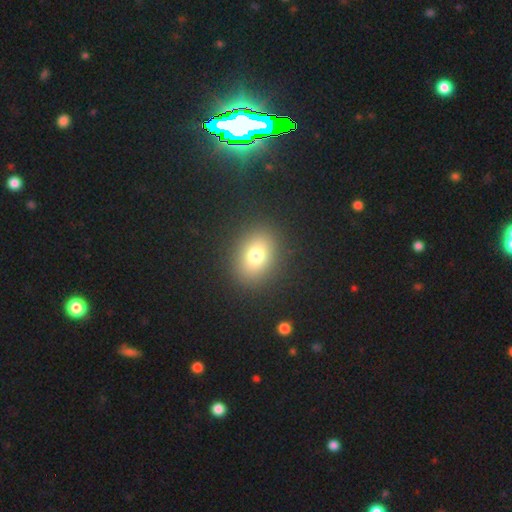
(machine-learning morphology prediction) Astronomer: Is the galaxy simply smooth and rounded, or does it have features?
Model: smooth — 74%.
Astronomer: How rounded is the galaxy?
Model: in between — 58% (runner-up: round, 40%).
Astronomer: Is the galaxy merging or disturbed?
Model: none — 89%.